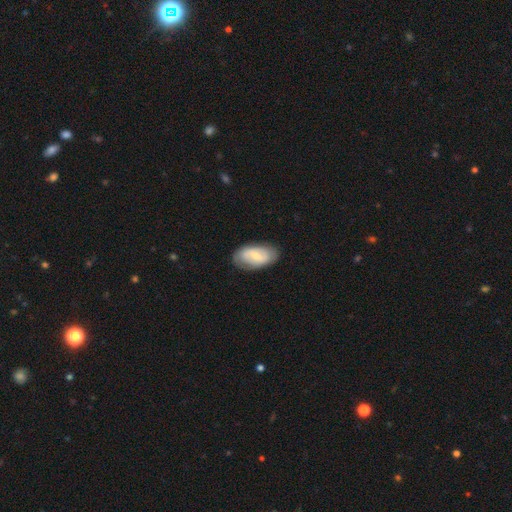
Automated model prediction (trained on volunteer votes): Overall: smooth (49%; featured or disk 45%). Merging: none (80%).